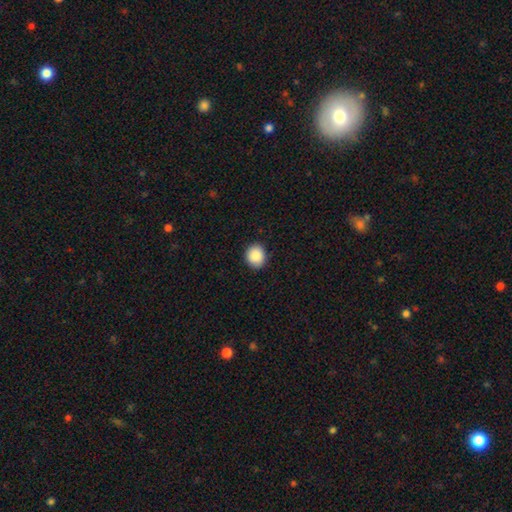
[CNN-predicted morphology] A smooth galaxy with no disk features (90%) that is round (77%). Merging: none (90%).